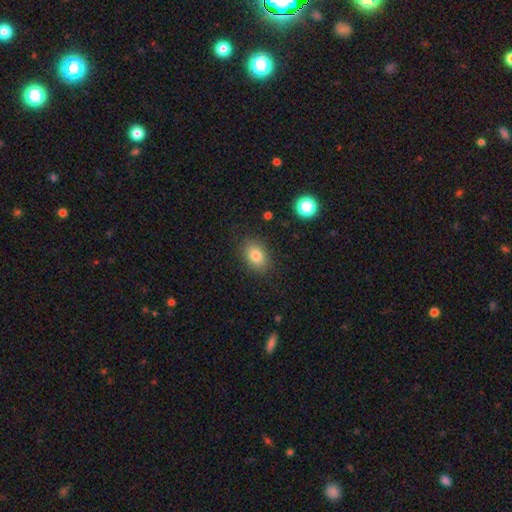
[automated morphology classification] This appears to be a smooth galaxy with no disk features (82%) that is in between round and cigar-shaped (76%). Merging: none (85%).